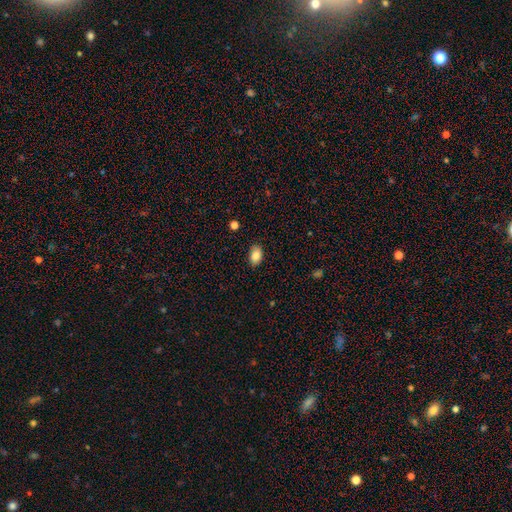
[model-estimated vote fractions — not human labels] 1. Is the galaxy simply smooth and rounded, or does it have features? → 86% smooth, 8% star or artifact, 6% featured or disk.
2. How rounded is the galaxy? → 88% in between, 10% round, 1% cigar-shaped.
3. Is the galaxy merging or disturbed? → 87% none, 10% minor disturbance, 2% major disturbance, 1% merger.